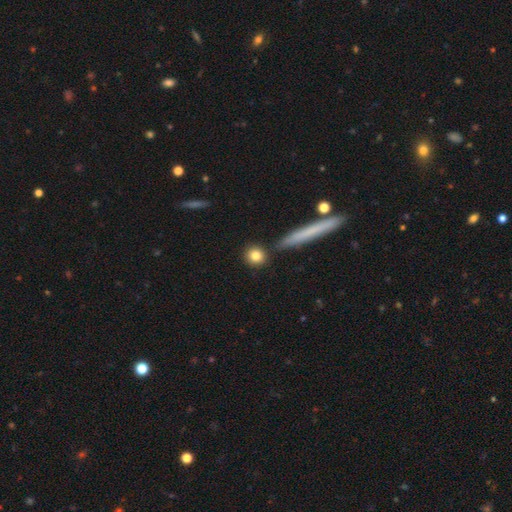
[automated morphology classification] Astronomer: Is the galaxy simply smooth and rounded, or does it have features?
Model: smooth — 82%.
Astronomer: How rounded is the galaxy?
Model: round — 88%.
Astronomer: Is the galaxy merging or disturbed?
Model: none — 84%.